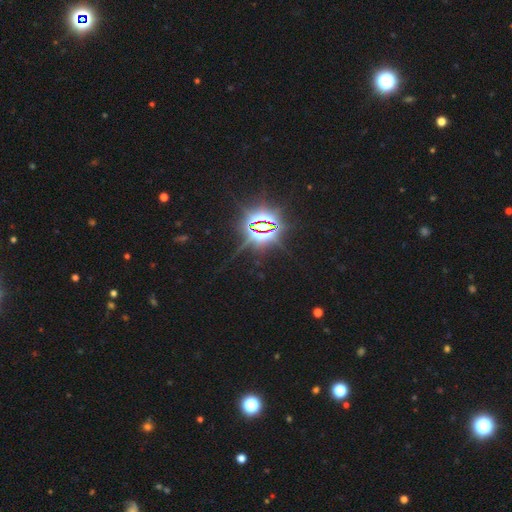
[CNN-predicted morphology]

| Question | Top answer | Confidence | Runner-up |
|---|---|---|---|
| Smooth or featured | star or artifact | 85% | smooth (9%) |